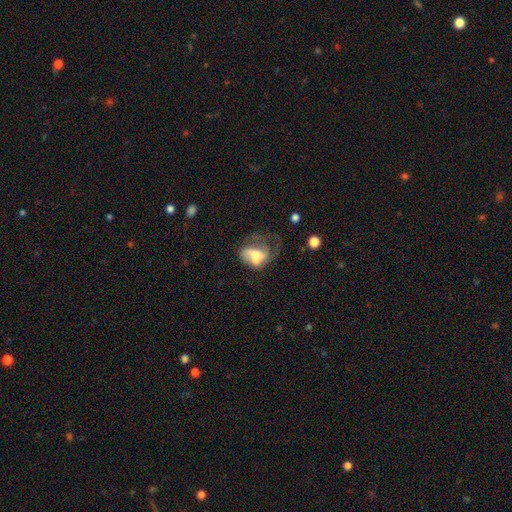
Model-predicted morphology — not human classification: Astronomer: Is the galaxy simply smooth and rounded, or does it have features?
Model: featured or disk — 47% (runner-up: smooth, 44%).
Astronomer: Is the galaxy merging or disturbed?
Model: major disturbance — 50%.